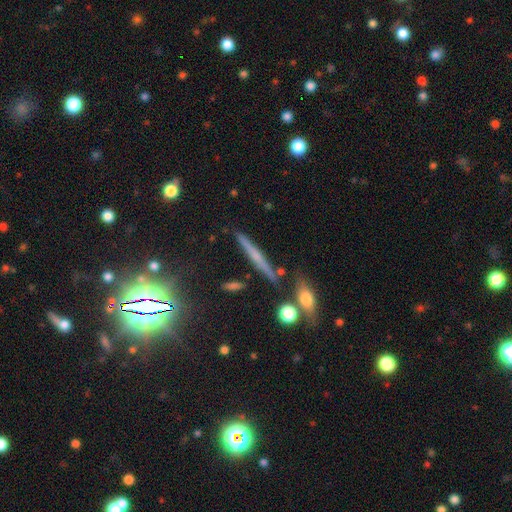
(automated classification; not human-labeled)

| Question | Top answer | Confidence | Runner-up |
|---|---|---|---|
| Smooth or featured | featured or disk | 45% | smooth (38%) |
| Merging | none | 82% | minor disturbance (11%) |